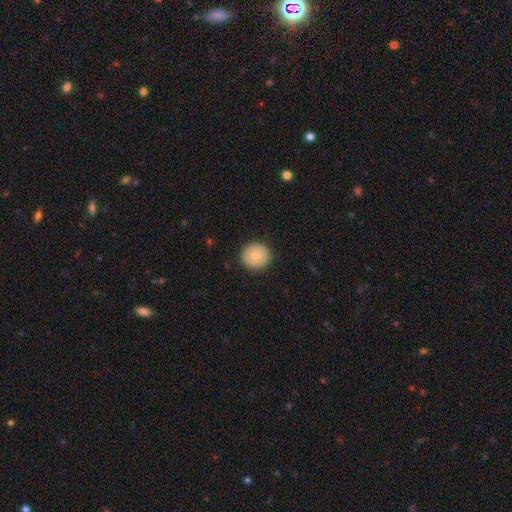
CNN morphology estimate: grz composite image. It shows a smooth galaxy with no disk features (77%) that is round (88%). Merging: none (90%).